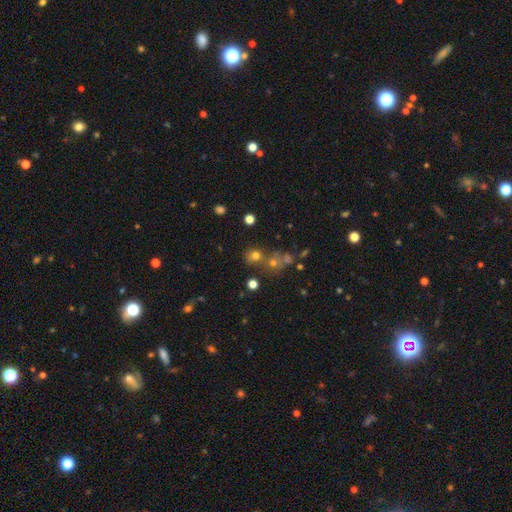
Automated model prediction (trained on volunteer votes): smooth 66%, star or artifact 23%, featured or disk 11%. Down the decision tree: how rounded — round (81%); merging — none (56%).